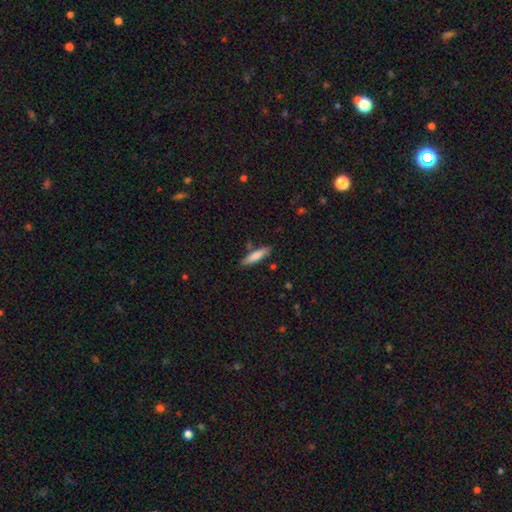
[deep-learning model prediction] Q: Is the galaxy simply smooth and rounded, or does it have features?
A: smooth — 79%.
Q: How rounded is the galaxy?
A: cigar-shaped — 73%.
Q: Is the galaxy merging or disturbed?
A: none — 81%.